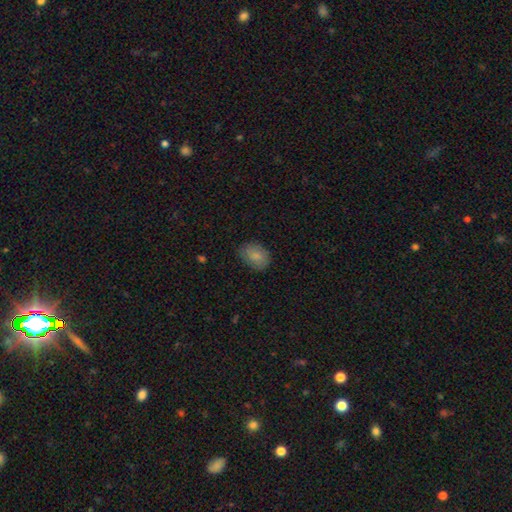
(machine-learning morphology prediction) smooth 82%, featured or disk 11%, star or artifact 7%. Down the decision tree: how rounded — in between (77%); merging — none (77%).